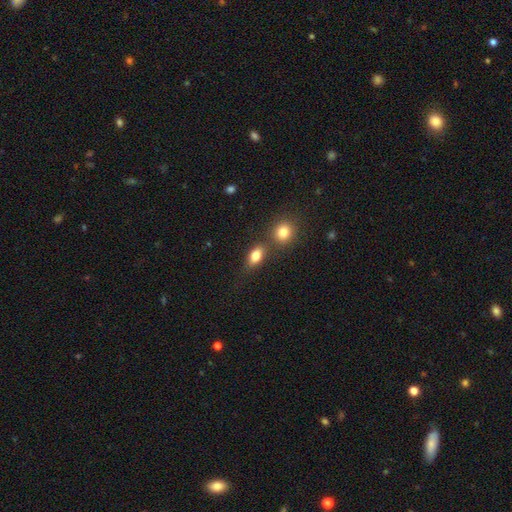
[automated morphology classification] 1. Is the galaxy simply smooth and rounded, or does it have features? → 82% smooth, 10% star or artifact, 9% featured or disk.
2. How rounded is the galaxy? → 79% in between, 16% round, 5% cigar-shaped.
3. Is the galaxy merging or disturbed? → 62% none, 21% merger, 13% minor disturbance, 5% major disturbance.